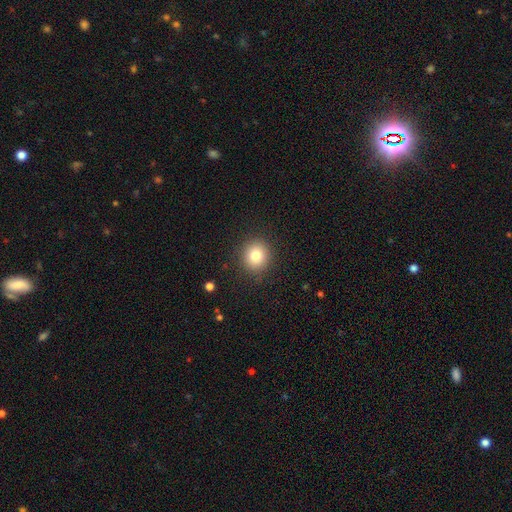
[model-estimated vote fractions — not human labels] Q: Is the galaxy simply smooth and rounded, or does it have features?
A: smooth — 81%.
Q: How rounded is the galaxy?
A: round — 86%.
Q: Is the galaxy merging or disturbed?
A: none — 90%.